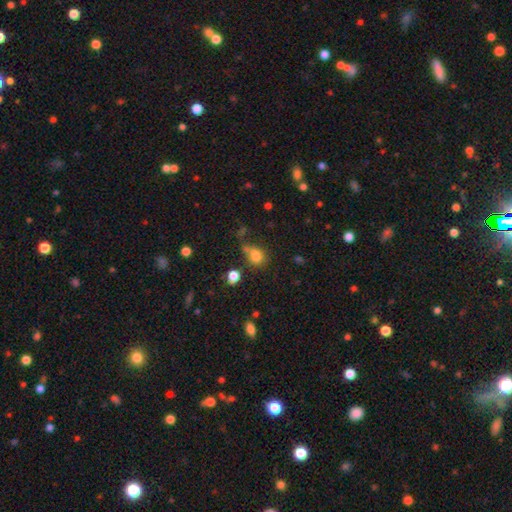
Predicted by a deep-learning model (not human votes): The model was most divided on "merging": none: 58%, merger: 19%, minor disturbance: 16%, major disturbance: 7%. More confident: smooth or featured — smooth (79%); how rounded — round (71%).